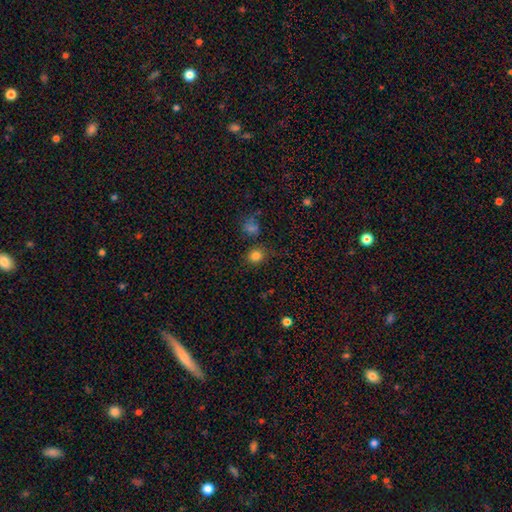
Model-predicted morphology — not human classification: smooth 81%, star or artifact 14%, featured or disk 5%. Down the decision tree: how rounded — round (78%); merging — none (78%).